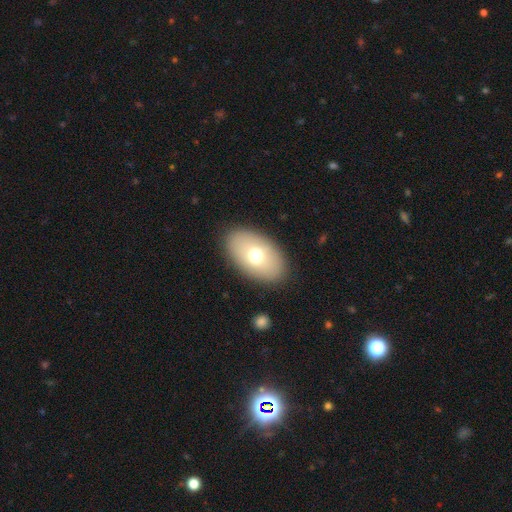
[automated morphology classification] A smooth galaxy with no disk features (67%) that is in between round and cigar-shaped (91%). Merging: none (88%).